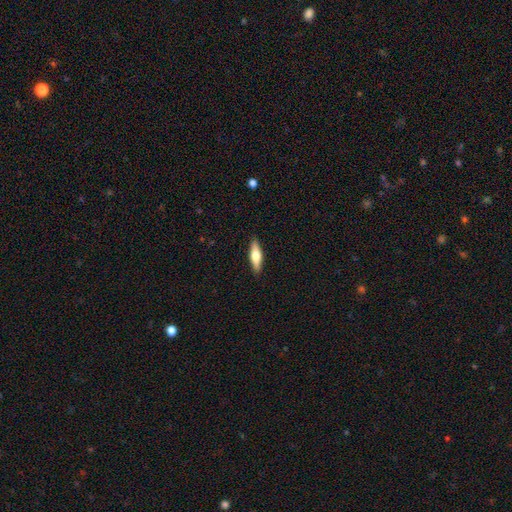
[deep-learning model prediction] smooth 55%, featured or disk 39%, star or artifact 6%. Down the decision tree: how rounded — cigar-shaped (60%); merging — none (89%).